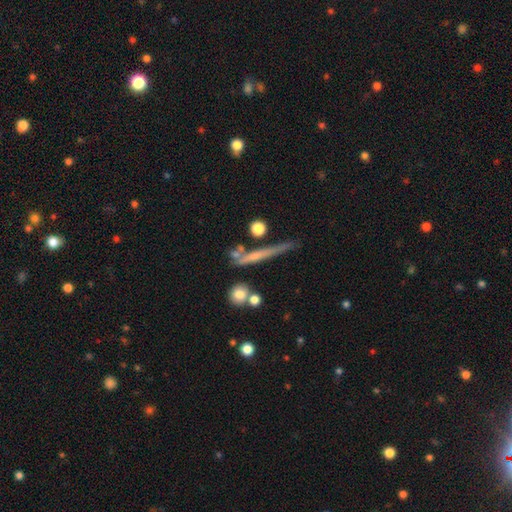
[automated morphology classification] A featured or disk galaxy (48%). Merging: none (64%).